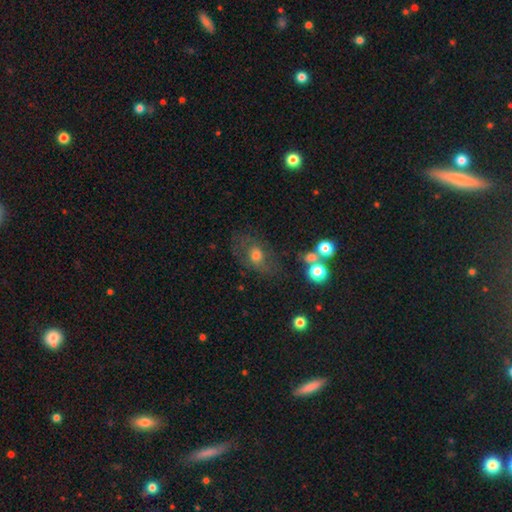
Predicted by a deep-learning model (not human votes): Smooth or featured? smooth (55%)
How rounded? in between (62%)
Merging? none (54%)